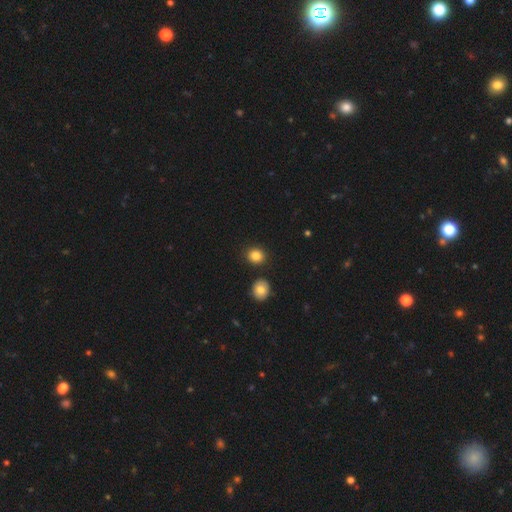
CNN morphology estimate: This appears to be a smooth galaxy with no disk features (86%) that is round (76%). Merging: none (86%).